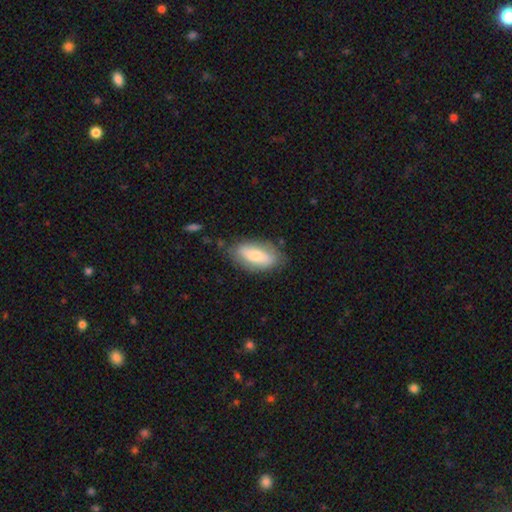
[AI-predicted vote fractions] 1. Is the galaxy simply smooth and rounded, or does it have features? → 67% smooth, 26% featured or disk, 6% star or artifact.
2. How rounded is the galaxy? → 87% in between, 10% cigar-shaped, 3% round.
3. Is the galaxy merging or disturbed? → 74% none, 19% minor disturbance, 5% major disturbance, 2% merger.